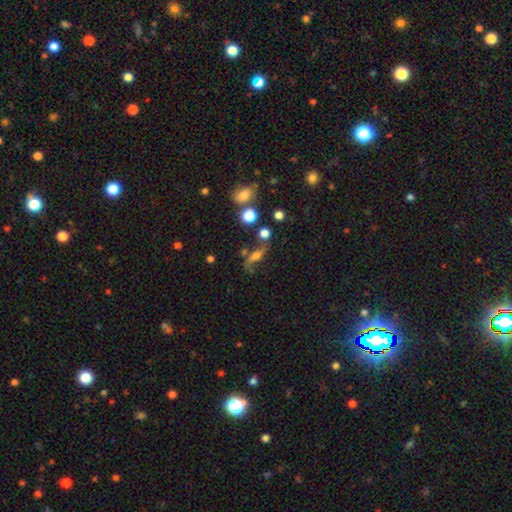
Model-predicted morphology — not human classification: Smooth or featured: featured or disk — 59% (smooth — 28%)
Edge-on disk: no — 81% (yes — 19%)
Merging: none — 56% (minor disturbance — 19%)